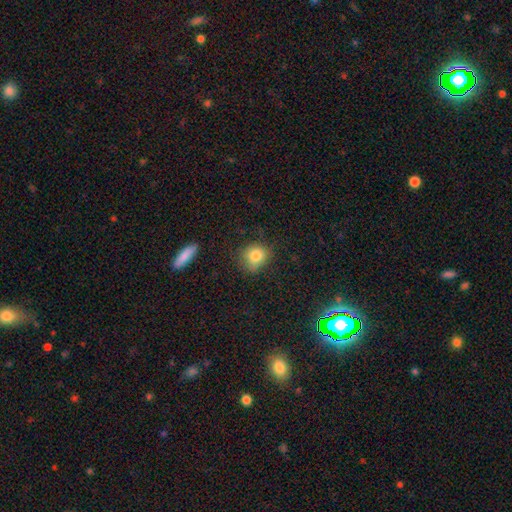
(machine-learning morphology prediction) Smooth or featured? Predicted: smooth (p=0.83). How rounded? Predicted: round (p=0.74). Merging? Predicted: none (p=0.70).